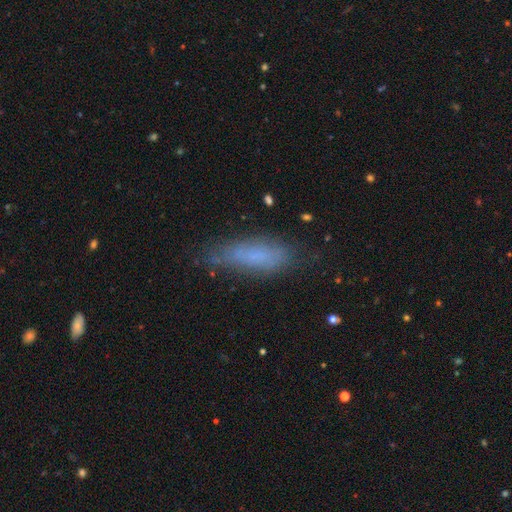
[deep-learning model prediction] Smooth or featured? Predicted: smooth (p=0.69). How rounded? Predicted: cigar-shaped (p=0.50). Merging? Predicted: none (p=0.68).